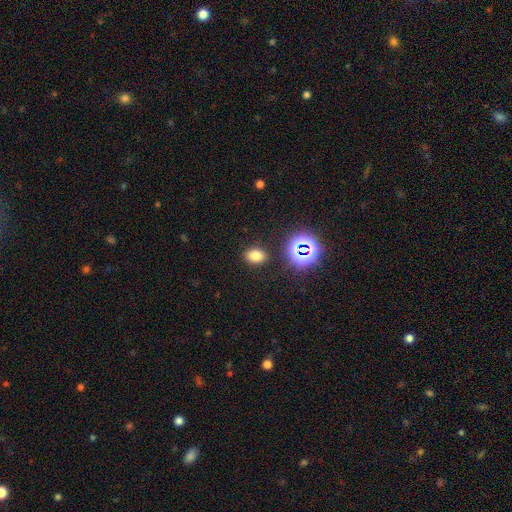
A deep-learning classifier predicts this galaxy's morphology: Q: Smooth or featured?
A: smooth (73%); runner-up: star or artifact (20%)
Q: How rounded?
A: in between (62%); runner-up: round (37%)
Q: Merging?
A: none (86%); runner-up: minor disturbance (9%)